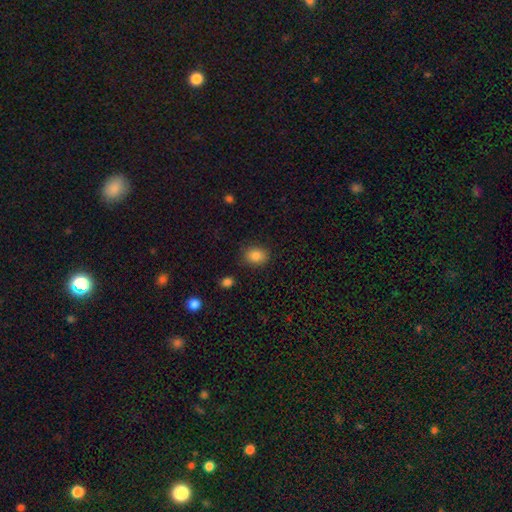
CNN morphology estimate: Smooth or featured?
  - smooth: 85% *
  - star or artifact: 9%
  - featured or disk: 6%
How rounded?
  - in between: 59% *
  - round: 40%
  - cigar-shaped: 1%
Merging?
  - none: 85% *
  - minor disturbance: 10%
  - major disturbance: 3%
  - merger: 2%